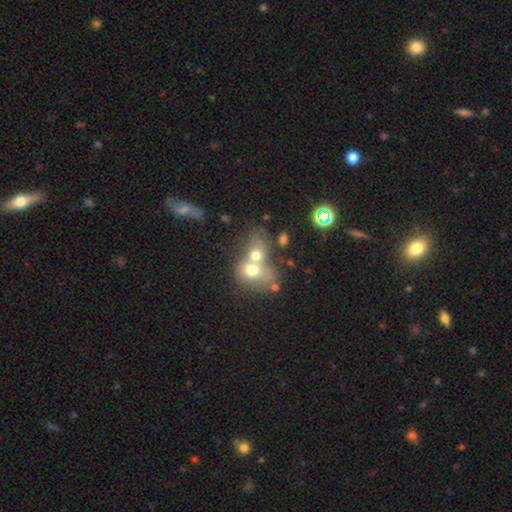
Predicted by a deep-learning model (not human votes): smooth_or_featured: smooth (p=0.64) [alt: featured or disk p=0.24]
how_rounded: in between (p=0.52) [alt: round p=0.47]
merging: merger (p=0.76) [alt: none p=0.14]